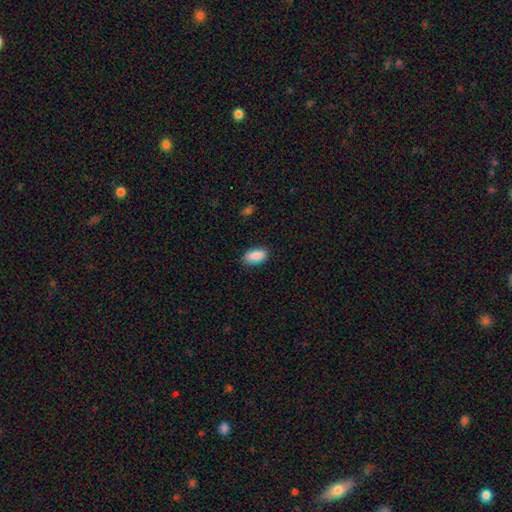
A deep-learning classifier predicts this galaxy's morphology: type=smooth (90%); roundness=in between (92%); merging=none (86%).